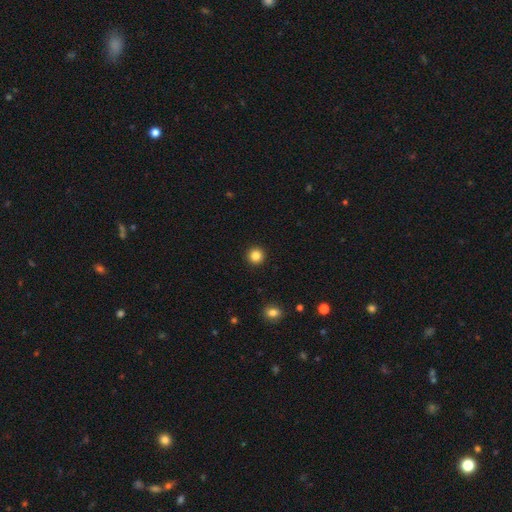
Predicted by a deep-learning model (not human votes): Smooth or featured? Predicted: smooth (p=0.85). How rounded? Predicted: round (p=0.95). Merging? Predicted: none (p=0.93).